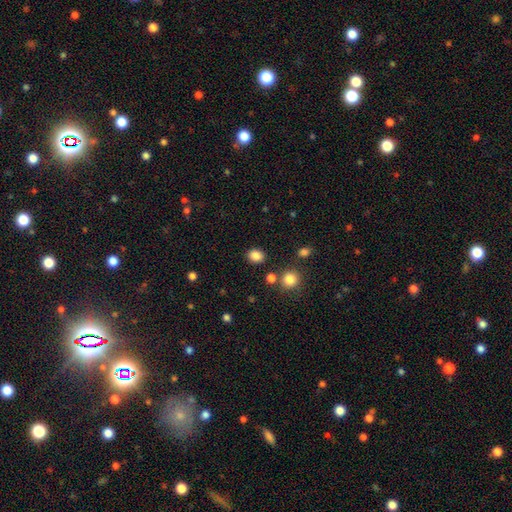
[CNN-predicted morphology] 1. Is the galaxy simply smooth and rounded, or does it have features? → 85% smooth, 11% star or artifact, 4% featured or disk.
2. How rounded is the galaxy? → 51% round, 48% in between, 1% cigar-shaped.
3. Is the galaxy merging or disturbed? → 84% none, 9% minor disturbance, 4% merger, 3% major disturbance.